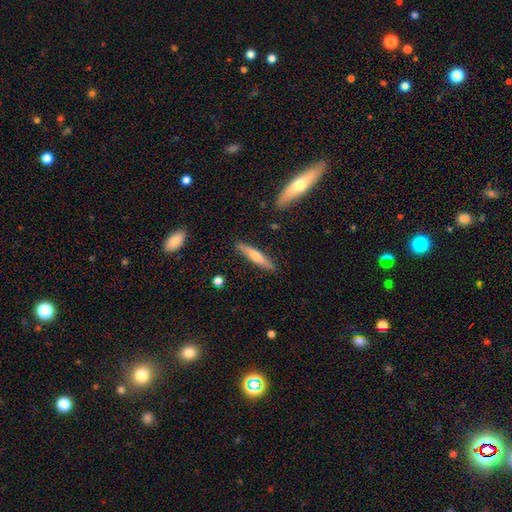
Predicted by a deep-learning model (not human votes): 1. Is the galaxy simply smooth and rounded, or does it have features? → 55% smooth, 39% featured or disk, 6% star or artifact.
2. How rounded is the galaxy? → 88% cigar-shaped, 10% in between, 2% round.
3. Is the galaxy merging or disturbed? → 87% none, 9% minor disturbance, 2% merger, 2% major disturbance.